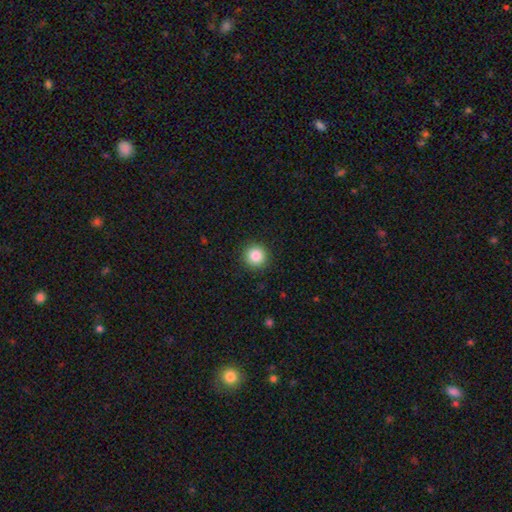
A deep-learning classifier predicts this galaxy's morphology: Smooth or featured? Predicted: smooth (p=0.85). How rounded? Predicted: round (p=0.95). Merging? Predicted: none (p=0.92).